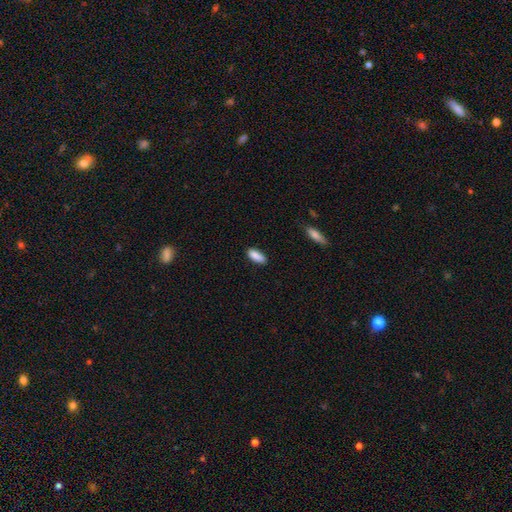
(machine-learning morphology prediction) Smooth or featured? Predicted: smooth (p=0.88). How rounded? Predicted: in between (p=0.79). Merging? Predicted: none (p=0.80).